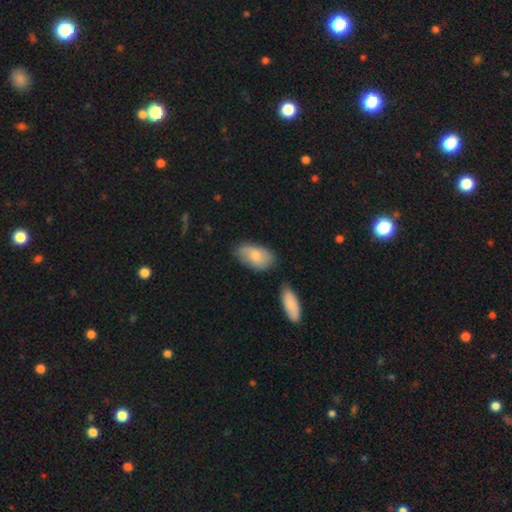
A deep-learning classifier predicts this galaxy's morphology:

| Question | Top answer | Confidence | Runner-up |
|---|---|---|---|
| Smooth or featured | smooth | 75% | featured or disk (19%) |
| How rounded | in between | 94% | round (4%) |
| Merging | none | 66% | minor disturbance (23%) |